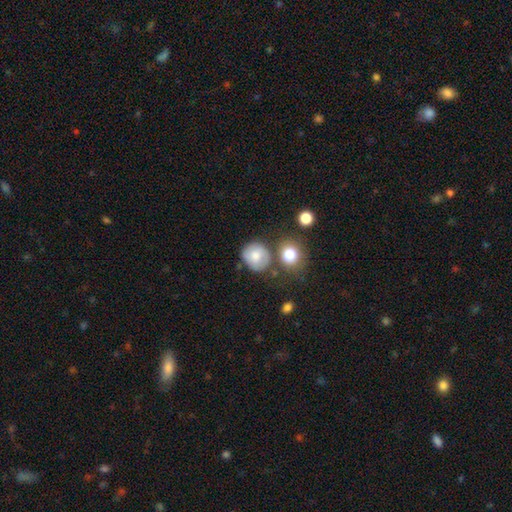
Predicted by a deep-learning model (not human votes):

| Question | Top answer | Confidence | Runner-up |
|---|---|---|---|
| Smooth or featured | smooth | 73% | featured or disk (18%) |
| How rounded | round | 80% | in between (19%) |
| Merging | none | 64% | minor disturbance (20%) |